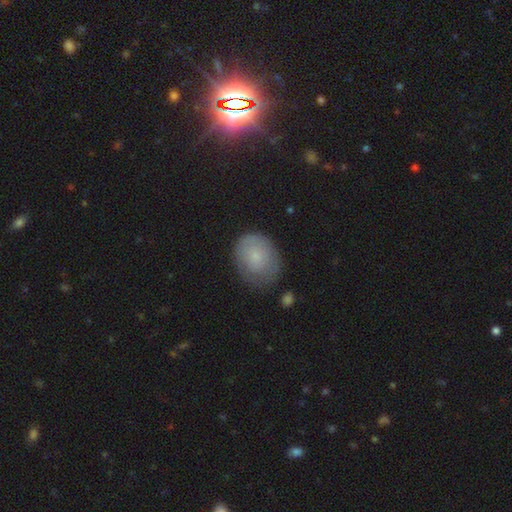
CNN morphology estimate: Smooth or featured? smooth (71%)
How rounded? in between (54%)
Merging? none (62%)